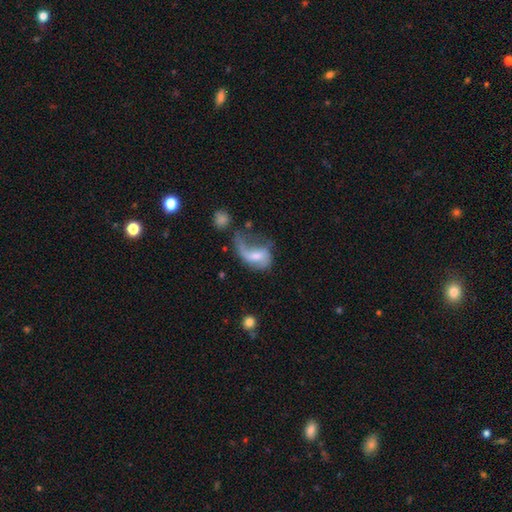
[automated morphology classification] The model was most divided on "bulge size": moderate: 43%, small: 37%, none: 11%, large: 6%, dominant: 2%. Remaining: edge-on disk — no (96%); spiral arms — yes (76%); smooth or featured — featured or disk (59%); merging — major disturbance (52%); bar — no (48%).